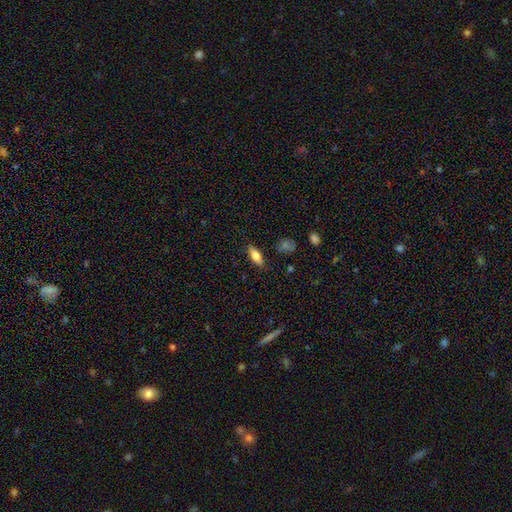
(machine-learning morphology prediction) A smooth galaxy with no disk features (76%) that is in between round and cigar-shaped (75%).

Vote fractions:
- Smooth or featured? smooth: 76% / featured or disk: 16% / star or artifact: 8%
- How rounded? in between: 75% / cigar-shaped: 22% / round: 3%
- Merging? none: 86% / minor disturbance: 10% / major disturbance: 3% / merger: 1%